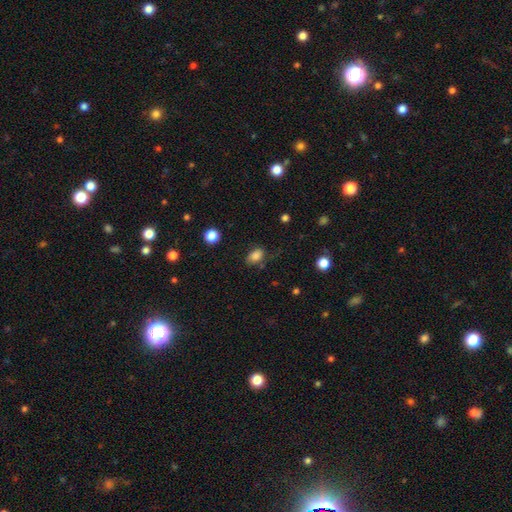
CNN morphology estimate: smooth-or-featured: smooth: 81% | star or artifact: 11% | featured or disk: 8%
  how-rounded: in between: 82% | round: 17% | cigar-shaped: 2%
  merging: none: 64% | minor disturbance: 24% | major disturbance: 10% | merger: 2%